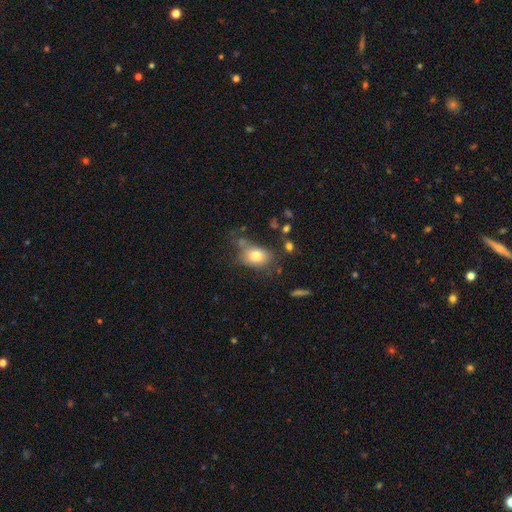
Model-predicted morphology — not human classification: A smooth galaxy with no disk features (78%) that is in between round and cigar-shaped (77%).

Vote fractions:
- Smooth or featured? smooth: 78% / featured or disk: 13% / star or artifact: 9%
- How rounded? in between: 77% / round: 22% / cigar-shaped: 1%
- Merging? none: 53% / minor disturbance: 26% / major disturbance: 13% / merger: 7%